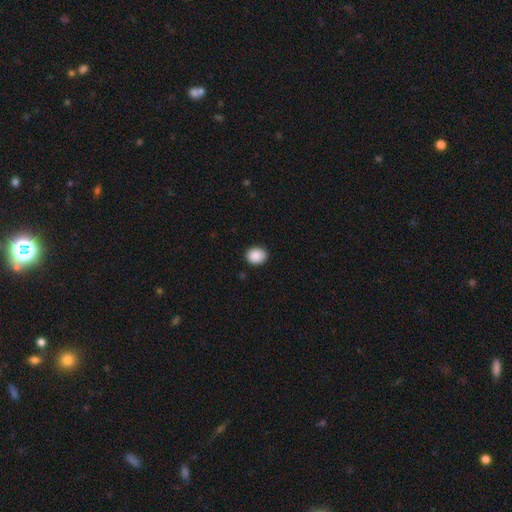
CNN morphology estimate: This is clearly a smooth galaxy (90%). How rounded: likely round (64%). Merging: clearly none (88%).